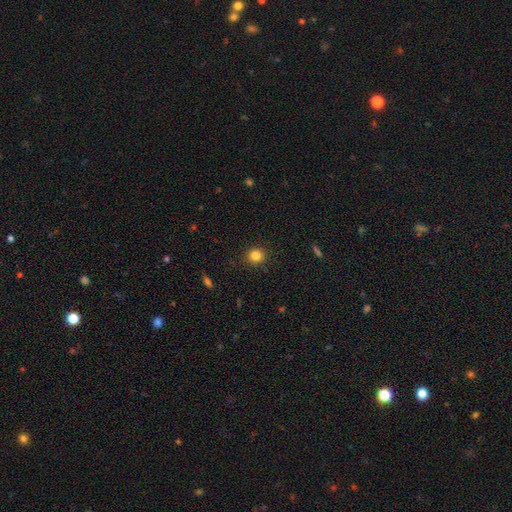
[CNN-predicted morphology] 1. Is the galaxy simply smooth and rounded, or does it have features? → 83% smooth, 12% star or artifact, 5% featured or disk.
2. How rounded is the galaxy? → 88% round, 11% in between, 1% cigar-shaped.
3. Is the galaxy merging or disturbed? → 90% none, 7% minor disturbance, 2% major disturbance, 1% merger.